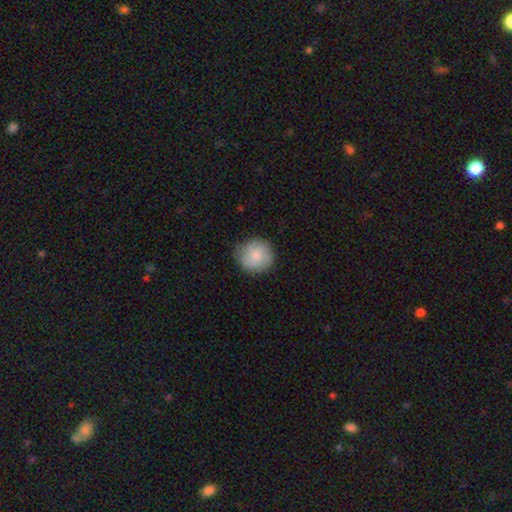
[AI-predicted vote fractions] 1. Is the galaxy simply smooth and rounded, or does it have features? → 74% smooth, 20% featured or disk, 6% star or artifact.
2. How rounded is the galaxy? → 91% round, 8% in between, 1% cigar-shaped.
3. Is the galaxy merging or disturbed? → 76% none, 18% minor disturbance, 4% major disturbance, 1% merger.